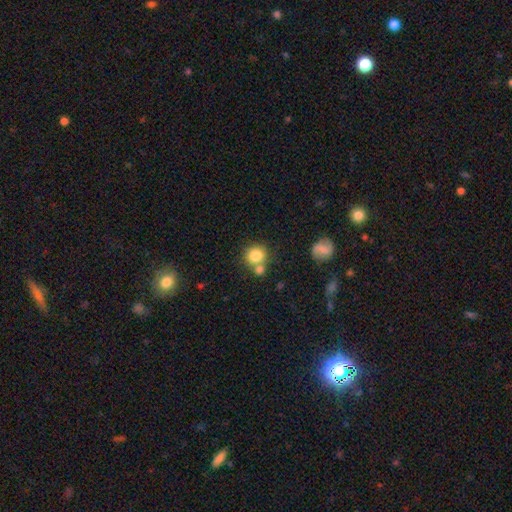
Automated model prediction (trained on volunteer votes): smooth_or_featured: smooth (p=0.82) [alt: featured or disk p=0.09]
how_rounded: round (p=0.85) [alt: in between p=0.14]
merging: none (p=0.57) [alt: merger p=0.30]